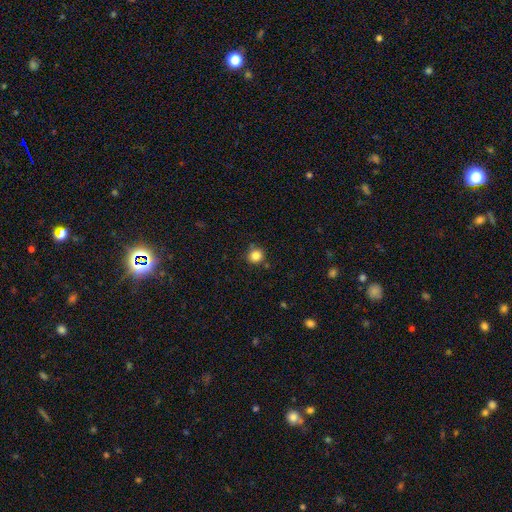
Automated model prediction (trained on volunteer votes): Smooth or featured? smooth (84%)
How rounded? round (91%)
Merging? none (84%)